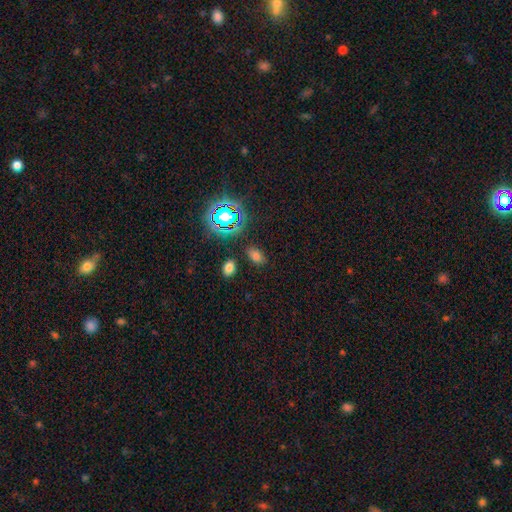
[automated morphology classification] This is likely a smooth galaxy (67%). How rounded: clearly in between (87%). Merging: clearly none (83%).